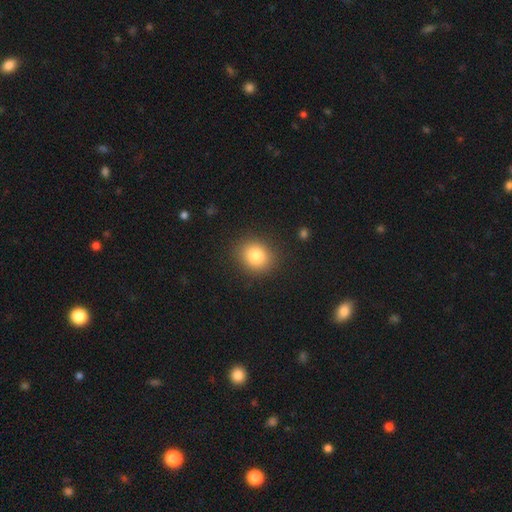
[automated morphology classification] Smooth or featured? smooth (81%)
How rounded? round (73%)
Merging? none (88%)